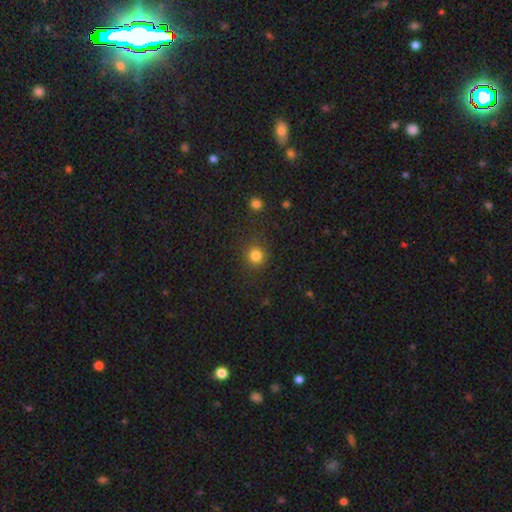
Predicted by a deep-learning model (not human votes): Overall: smooth (82%). How rounded: round (91%). Merging: none (86%).